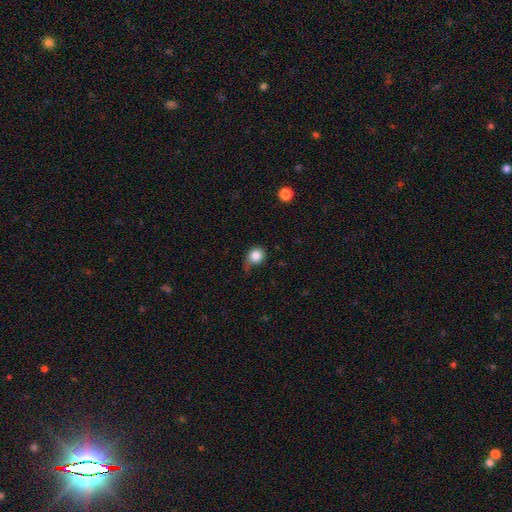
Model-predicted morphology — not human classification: smooth 84%, star or artifact 9%, featured or disk 7%. Down the decision tree: how rounded — round (78%); merging — none (45%).